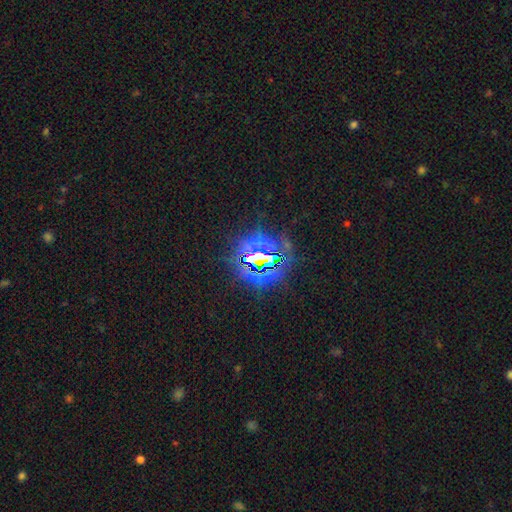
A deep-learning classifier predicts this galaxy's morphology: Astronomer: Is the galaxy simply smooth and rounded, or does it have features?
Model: star or artifact — 81%.